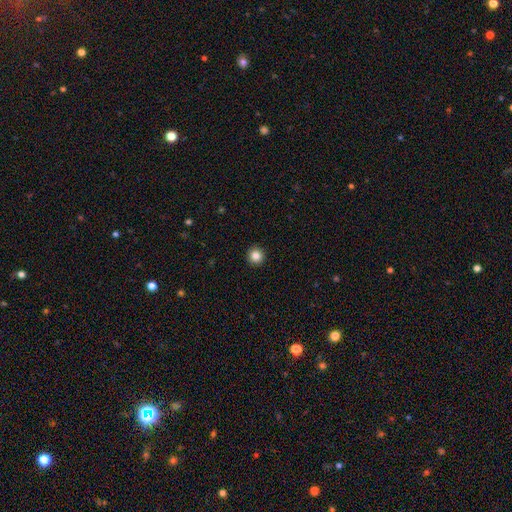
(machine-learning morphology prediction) Q: Smooth or featured?
A: smooth (85%); runner-up: star or artifact (10%)
Q: How rounded?
A: round (95%); runner-up: in between (4%)
Q: Merging?
A: none (94%); runner-up: minor disturbance (4%)